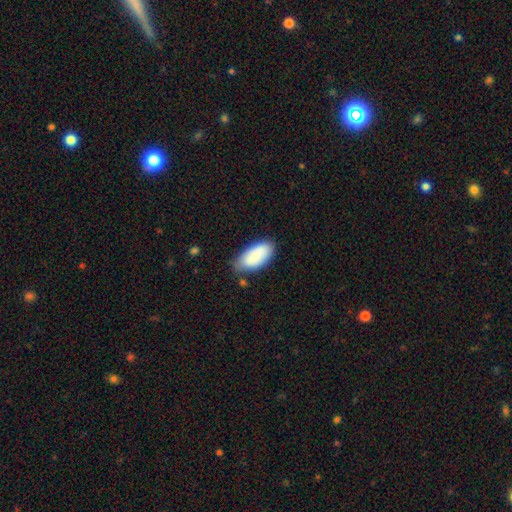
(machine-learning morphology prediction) Overall: smooth (84%). How rounded: in between (93%). Merging: none (67%).